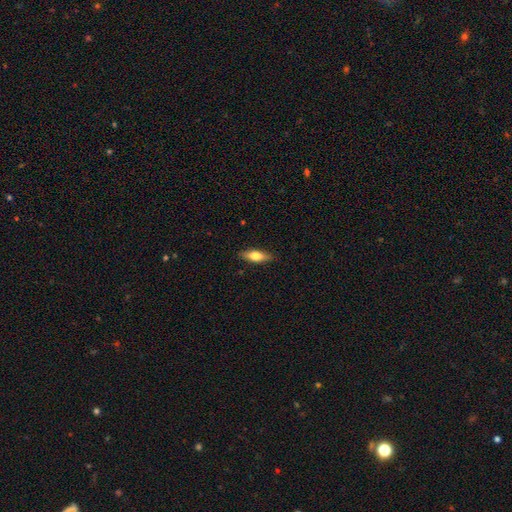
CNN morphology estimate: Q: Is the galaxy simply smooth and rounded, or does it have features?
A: smooth — 65%.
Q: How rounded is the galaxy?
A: in between — 61%.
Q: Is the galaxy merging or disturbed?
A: none — 88%.